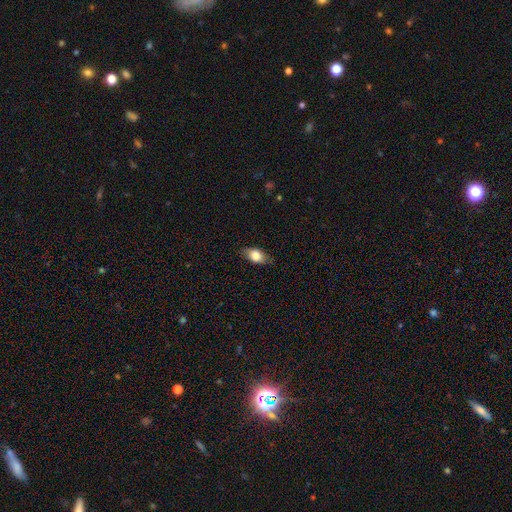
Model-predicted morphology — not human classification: A smooth galaxy with no disk features (77%) that is in between round and cigar-shaped (84%).

Vote fractions:
- Smooth or featured? smooth: 77% / featured or disk: 16% / star or artifact: 7%
- How rounded? in between: 84% / round: 10% / cigar-shaped: 5%
- Merging? none: 80% / minor disturbance: 16% / major disturbance: 4% / merger: 1%